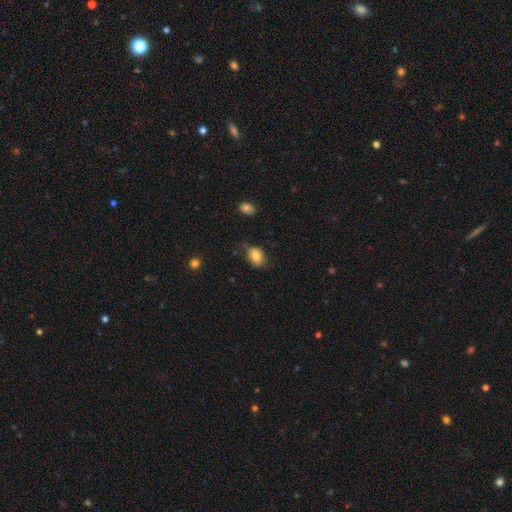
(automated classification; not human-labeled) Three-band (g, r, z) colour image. It shows a smooth galaxy with no disk features (84%) that is in between round and cigar-shaped (73%). Merging: none (65%).